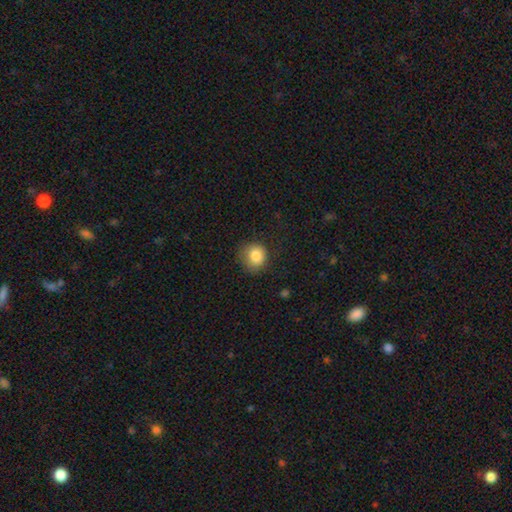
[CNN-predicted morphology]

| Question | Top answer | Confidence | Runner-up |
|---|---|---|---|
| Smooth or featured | smooth | 84% | star or artifact (9%) |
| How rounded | round | 84% | in between (15%) |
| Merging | none | 74% | minor disturbance (19%) |